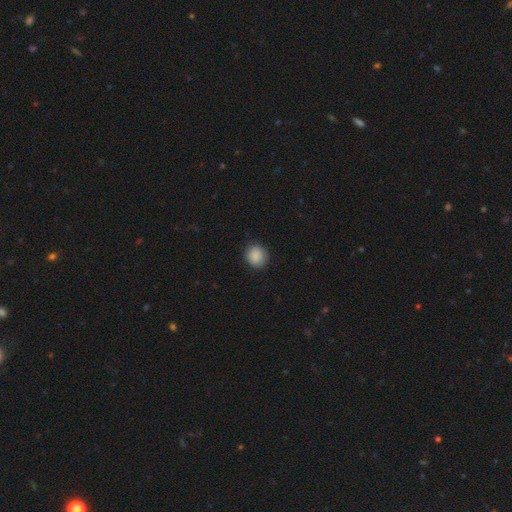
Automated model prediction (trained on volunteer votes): Q: Smooth or featured?
A: smooth (90%); runner-up: star or artifact (8%)
Q: How rounded?
A: round (86%); runner-up: in between (13%)
Q: Merging?
A: none (89%); runner-up: minor disturbance (8%)